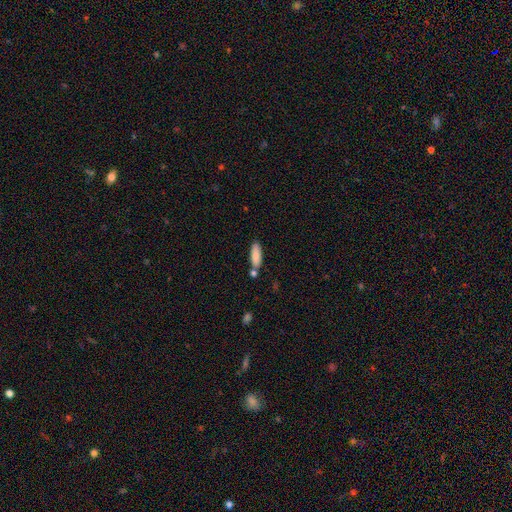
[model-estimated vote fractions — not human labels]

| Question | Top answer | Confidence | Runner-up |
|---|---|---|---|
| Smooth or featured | smooth | 85% | featured or disk (8%) |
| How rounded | in between | 58% | cigar-shaped (40%) |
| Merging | none | 71% | minor disturbance (13%) |